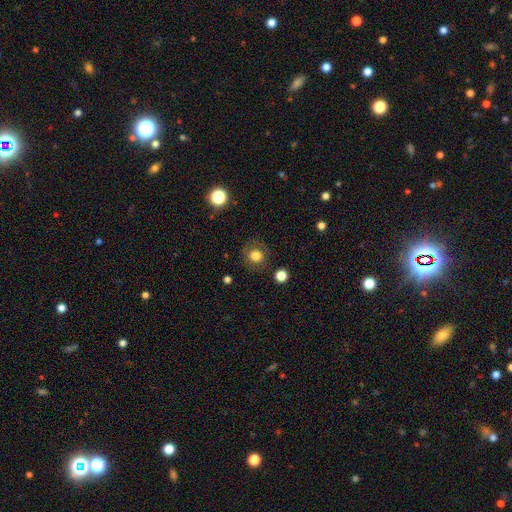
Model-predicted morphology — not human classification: Smooth or featured: smooth — 76% (featured or disk — 13%)
How rounded: round — 86% (in between — 13%)
Merging: none — 83% (minor disturbance — 11%)